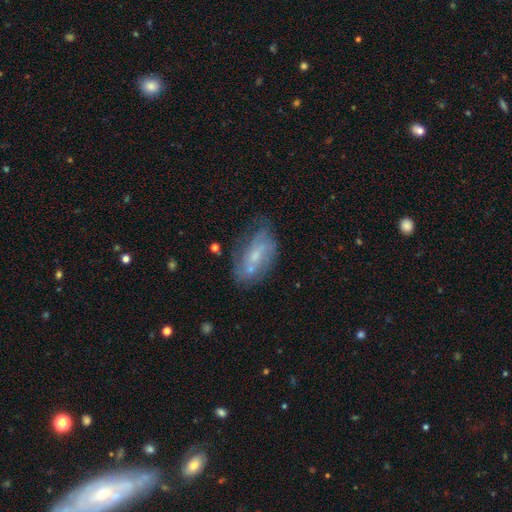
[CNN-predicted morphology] A featured or disk galaxy (59%) with no bar (56%), spiral arms (65%) and a small central bulge (59%). Merging: none (50%).